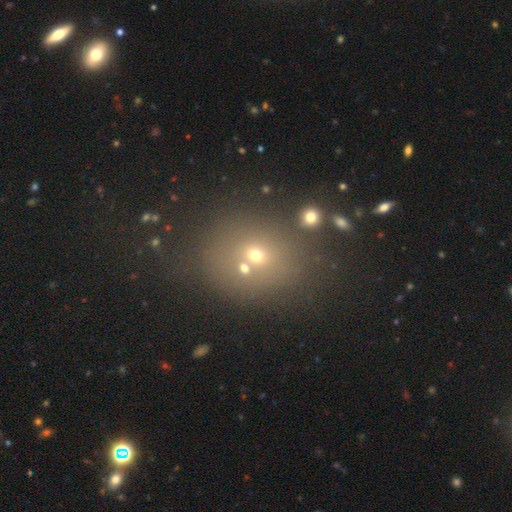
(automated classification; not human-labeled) Smooth or featured: smooth — 50% (star or artifact — 35%)
How rounded: round — 68% (in between — 30%)
Merging: none — 64% (merger — 21%)